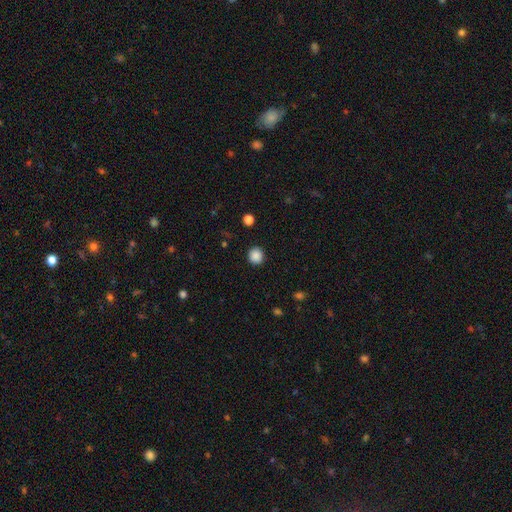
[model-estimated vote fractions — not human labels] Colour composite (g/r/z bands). It shows a smooth galaxy with no disk features (87%) that is round (91%). Merging: none (91%).